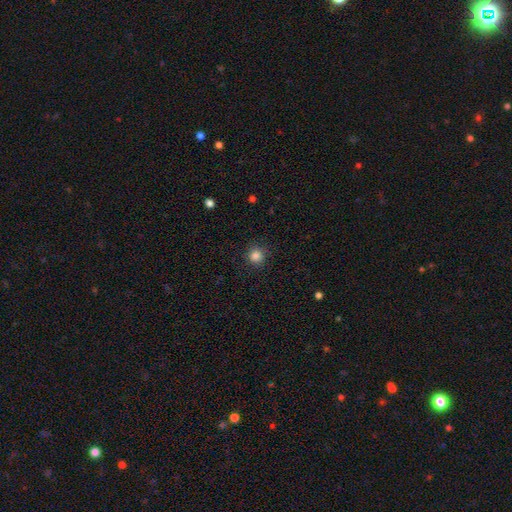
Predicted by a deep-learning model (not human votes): This appears to be a smooth galaxy with no disk features (85%) that is round (92%). Merging: none (87%).